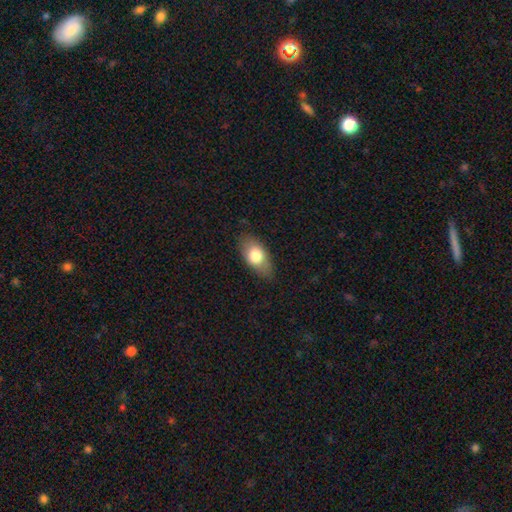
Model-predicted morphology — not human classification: Q: Smooth or featured?
A: smooth (74%); runner-up: featured or disk (19%)
Q: How rounded?
A: in between (89%); runner-up: round (6%)
Q: Merging?
A: none (82%); runner-up: minor disturbance (14%)